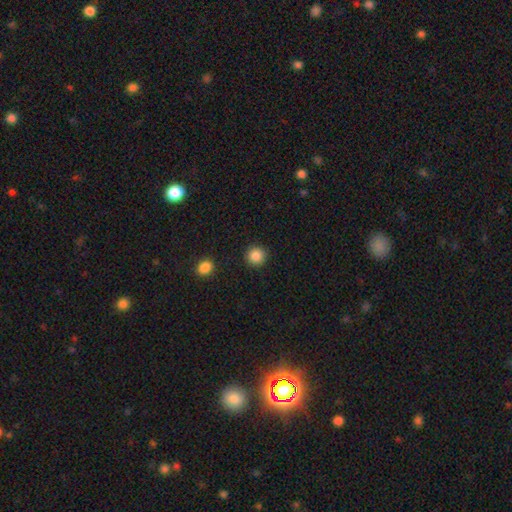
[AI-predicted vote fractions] A smooth galaxy with no disk features (87%) that is round (94%). Merging: none (92%).